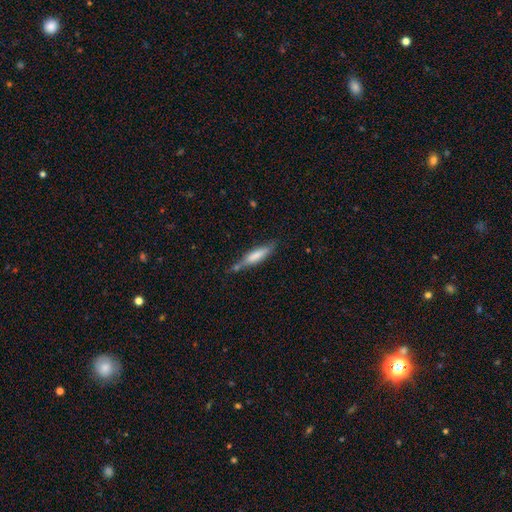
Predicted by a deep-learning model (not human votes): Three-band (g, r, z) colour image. It shows a smooth galaxy with no disk features (61%) that is cigar-shaped (78%). Merging: none (60%).